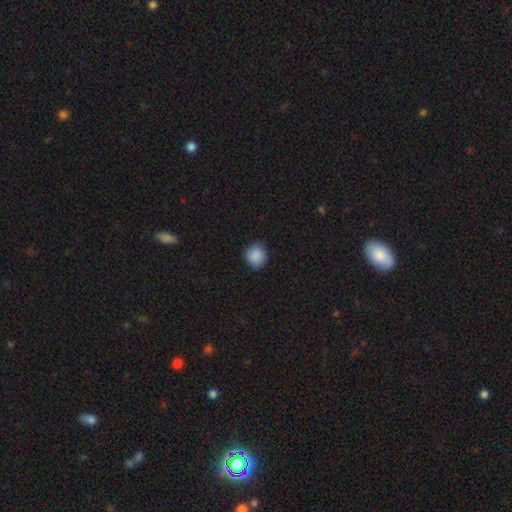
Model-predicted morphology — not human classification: Smooth or featured: smooth — 88% (star or artifact — 8%)
How rounded: round — 80% (in between — 19%)
Merging: none — 82% (minor disturbance — 14%)